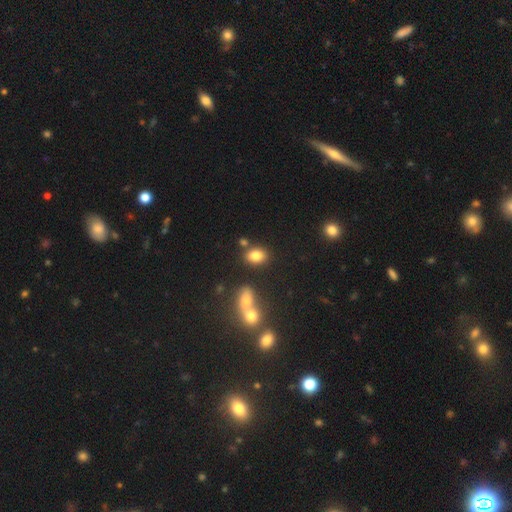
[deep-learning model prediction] smooth-or-featured: smooth: 81% | star or artifact: 11% | featured or disk: 8%
  how-rounded: in between: 73% | round: 25% | cigar-shaped: 2%
  merging: none: 72% | merger: 13% | minor disturbance: 11% | major disturbance: 4%